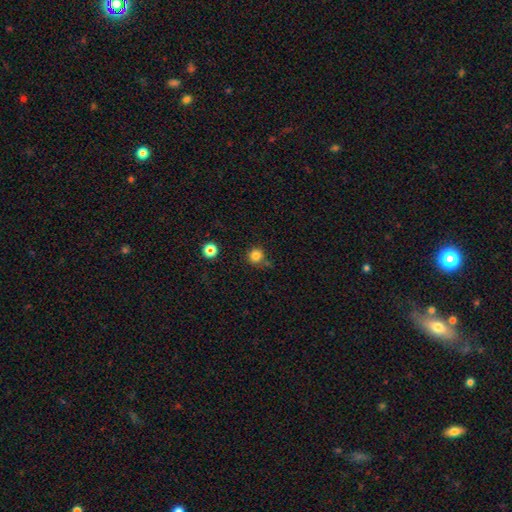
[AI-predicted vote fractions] Smooth or featured?
  - smooth: 82% *
  - star or artifact: 13%
  - featured or disk: 5%
How rounded?
  - round: 94% *
  - in between: 5%
  - cigar-shaped: 1%
Merging?
  - none: 75% *
  - minor disturbance: 14%
  - merger: 7%
  - major disturbance: 4%